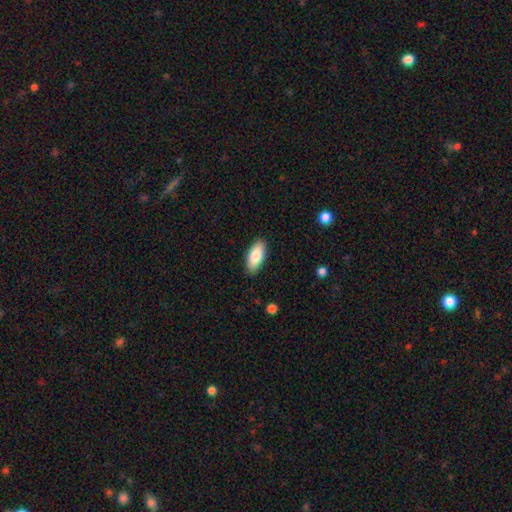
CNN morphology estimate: This appears to be a smooth galaxy with no disk features (83%) that is in between round and cigar-shaped (88%). Merging: none (89%).